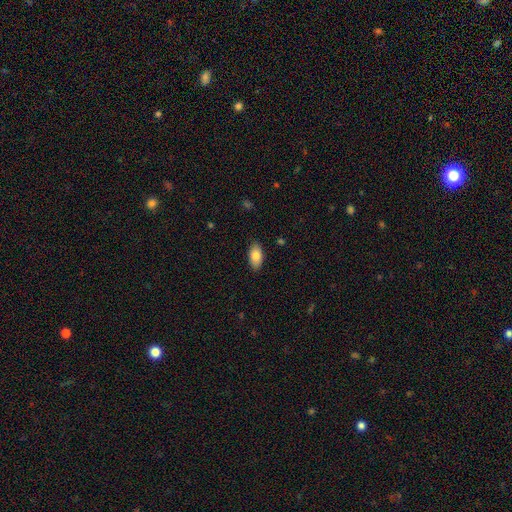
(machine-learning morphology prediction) Smooth or featured: smooth — 83% (featured or disk — 10%)
How rounded: in between — 93% (cigar-shaped — 3%)
Merging: none — 88% (minor disturbance — 10%)